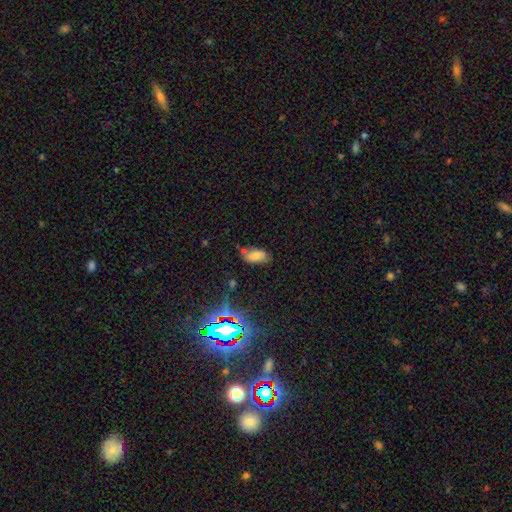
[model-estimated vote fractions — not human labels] Smooth or featured?
  - smooth: 72% *
  - featured or disk: 14%
  - star or artifact: 14%
How rounded?
  - in between: 90% *
  - cigar-shaped: 6%
  - round: 4%
Merging?
  - none: 56% *
  - minor disturbance: 30%
  - major disturbance: 9%
  - merger: 6%